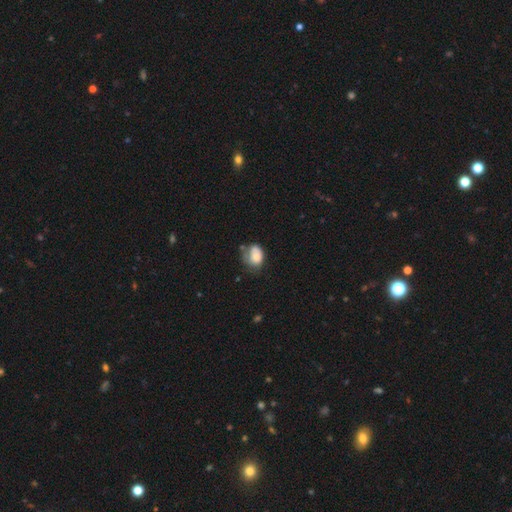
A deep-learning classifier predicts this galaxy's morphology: A smooth galaxy with no disk features (72%) that is in between round and cigar-shaped (63%).

Vote fractions:
- Smooth or featured? smooth: 72% / featured or disk: 20% / star or artifact: 9%
- How rounded? in between: 63% / round: 36% / cigar-shaped: 1%
- Merging? none: 34% / minor disturbance: 33% / major disturbance: 20% / merger: 13%